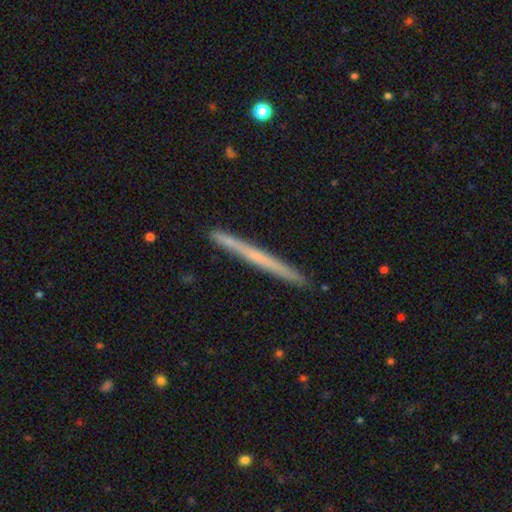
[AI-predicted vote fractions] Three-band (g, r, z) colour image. It shows a smooth galaxy with no disk features (48%). Merging: none (91%).